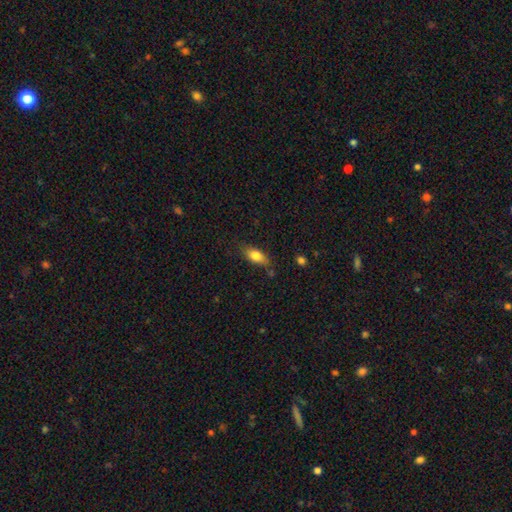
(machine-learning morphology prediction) smooth 79%, featured or disk 14%, star or artifact 8%. Down the decision tree: how rounded — in between (82%); merging — none (72%).